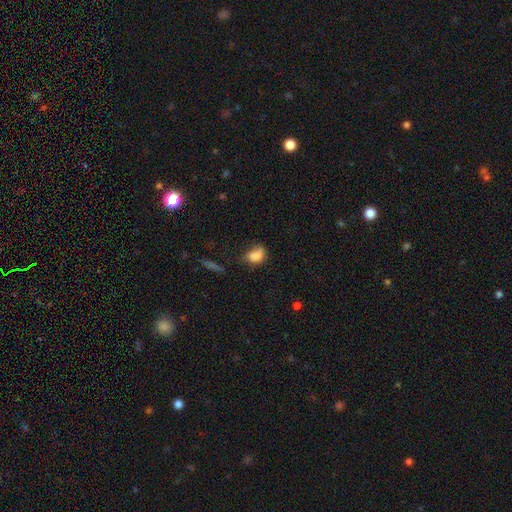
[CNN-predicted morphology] Overall: smooth (79%). How rounded: in between (77%). Merging: none (38%; minor disturbance 33%).